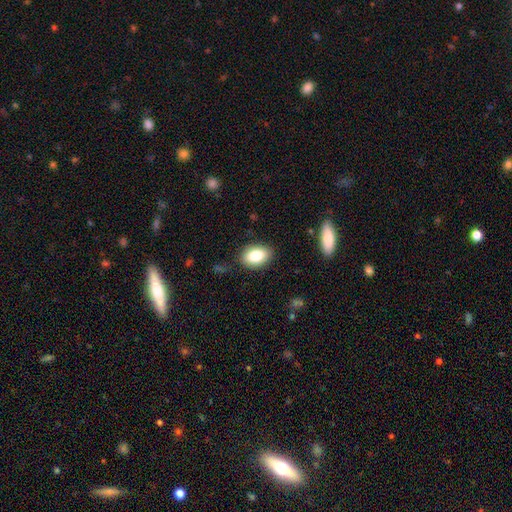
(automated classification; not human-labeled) Q: Smooth or featured?
A: smooth (83%); runner-up: featured or disk (9%)
Q: How rounded?
A: in between (86%); runner-up: round (13%)
Q: Merging?
A: none (85%); runner-up: minor disturbance (10%)